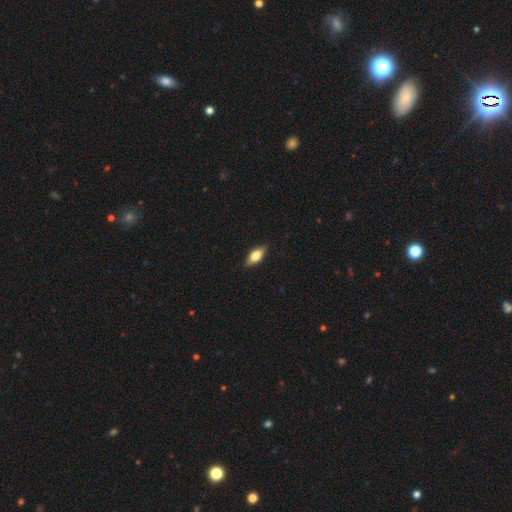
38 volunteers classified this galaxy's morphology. Smooth or featured: smooth — 61% (featured or disk — 32%)
How rounded: in between — 74% (cigar-shaped — 22%)
Merging: none — 83% (minor disturbance — 17%)